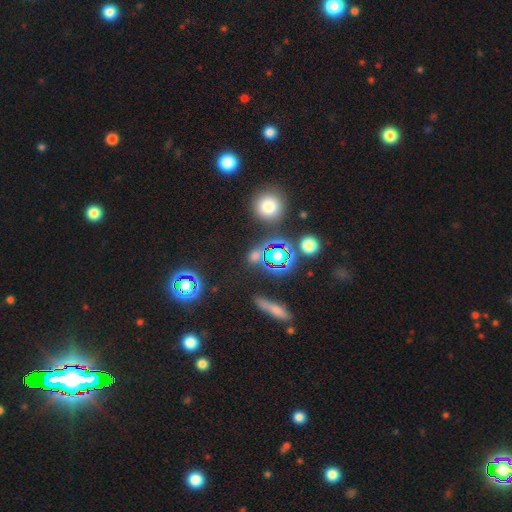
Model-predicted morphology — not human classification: Overall: smooth (46%; star or artifact 43%). Merging: none (78%).